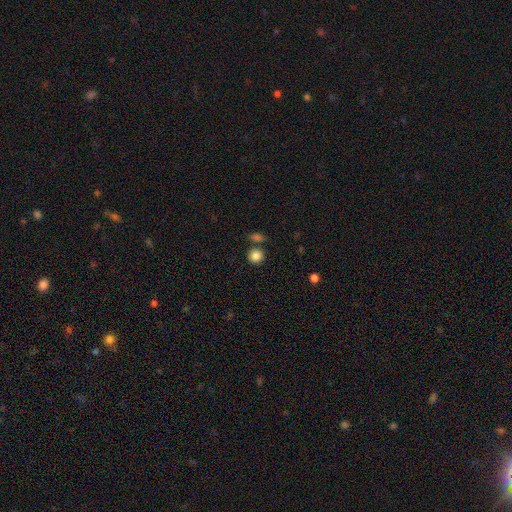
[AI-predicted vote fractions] Q: Smooth or featured?
A: smooth (86%); runner-up: star or artifact (10%)
Q: How rounded?
A: round (88%); runner-up: in between (11%)
Q: Merging?
A: none (75%); runner-up: merger (13%)